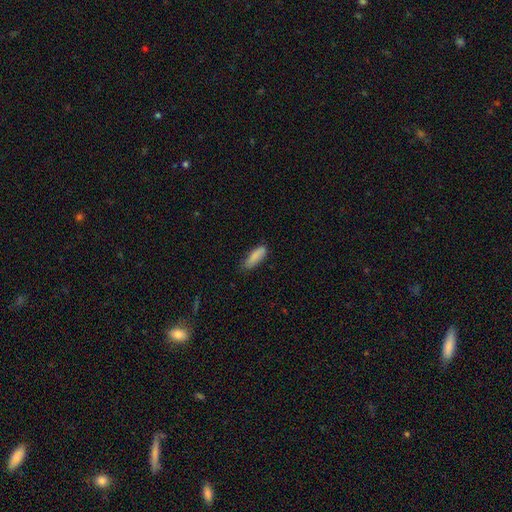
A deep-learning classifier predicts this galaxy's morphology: smooth-or-featured: smooth: 86% | featured or disk: 7% | star or artifact: 7%
  how-rounded: in between: 56% | cigar-shaped: 43% | round: 2%
  merging: none: 70% | minor disturbance: 25% | major disturbance: 4% | merger: 2%